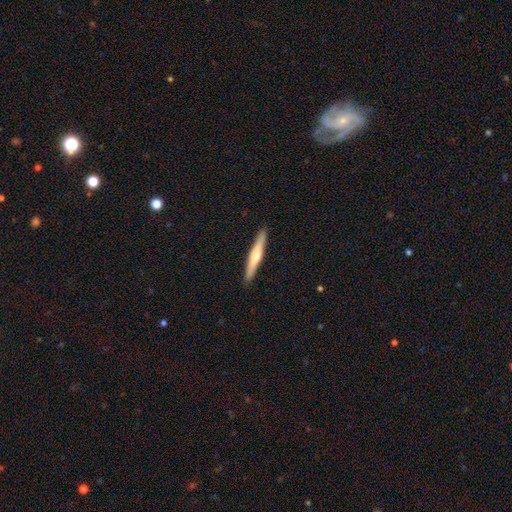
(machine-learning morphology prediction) smooth-or-featured: smooth: 53% | featured or disk: 42% | star or artifact: 5%
  how-rounded: cigar-shaped: 95% | in between: 4% | round: 1%
  merging: none: 91% | minor disturbance: 7% | major disturbance: 1% | merger: 1%